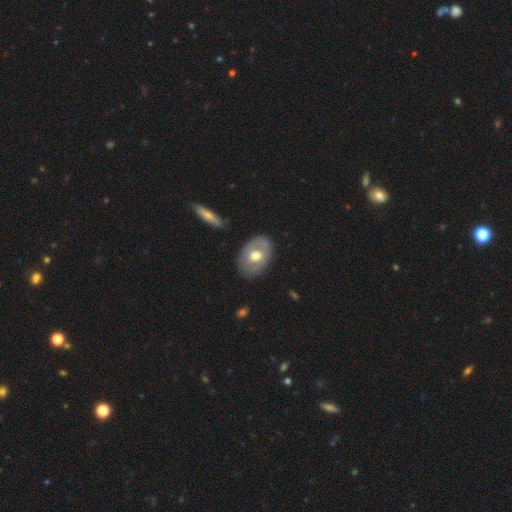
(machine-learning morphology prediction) Smooth or featured?
  - featured or disk: 48% *
  - smooth: 47%
  - star or artifact: 5%
Merging?
  - none: 80% *
  - minor disturbance: 14%
  - major disturbance: 4%
  - merger: 2%